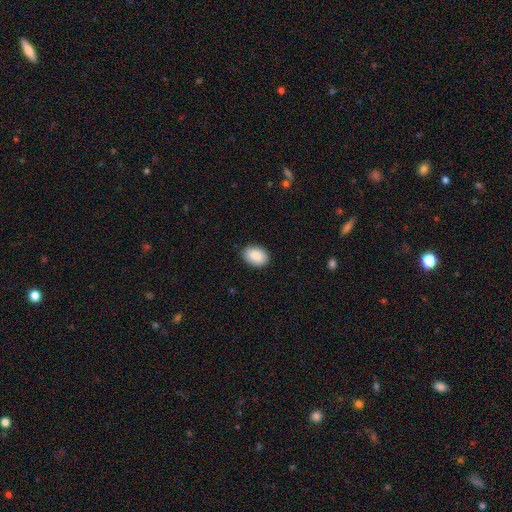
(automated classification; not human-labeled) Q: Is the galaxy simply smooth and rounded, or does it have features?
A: smooth — 89%.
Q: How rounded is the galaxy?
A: in between — 81%.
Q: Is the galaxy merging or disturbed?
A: none — 88%.